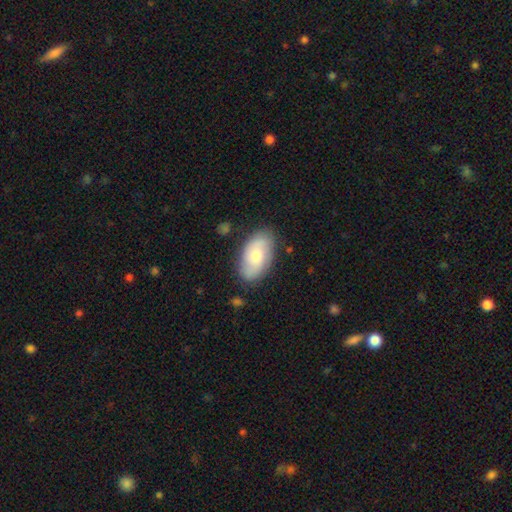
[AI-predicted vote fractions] Overall: smooth (55%; featured or disk 39%). How rounded: in between (93%). Merging: none (80%).